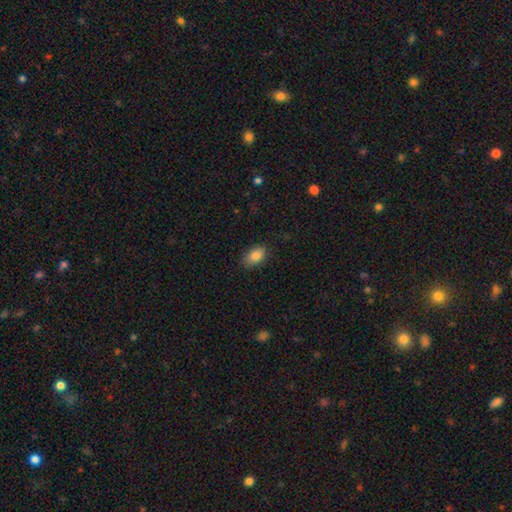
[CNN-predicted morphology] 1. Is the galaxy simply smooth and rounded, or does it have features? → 86% smooth, 8% star or artifact, 6% featured or disk.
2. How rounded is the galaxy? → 90% in between, 9% round, 2% cigar-shaped.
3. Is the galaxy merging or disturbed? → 83% none, 13% minor disturbance, 3% major disturbance, 1% merger.